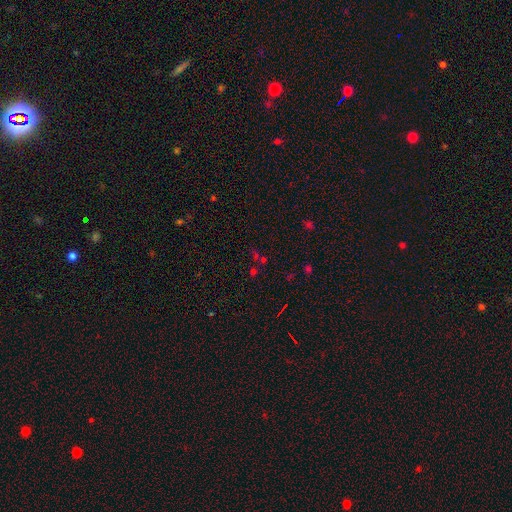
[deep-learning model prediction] Smooth or featured?
  - star or artifact: 59% *
  - smooth: 30%
  - featured or disk: 11%